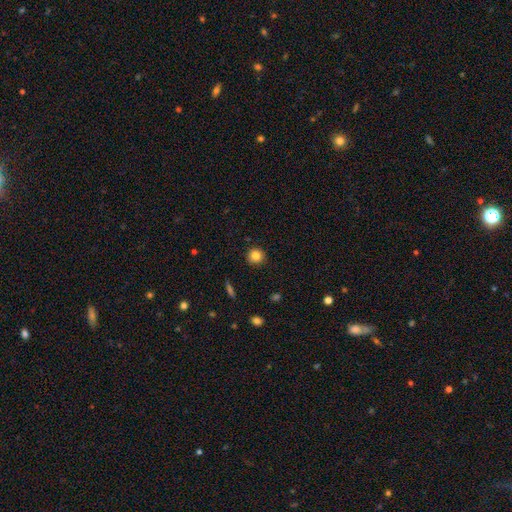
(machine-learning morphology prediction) This is clearly a smooth galaxy (83%). How rounded: clearly round (93%). Merging: clearly none (90%).